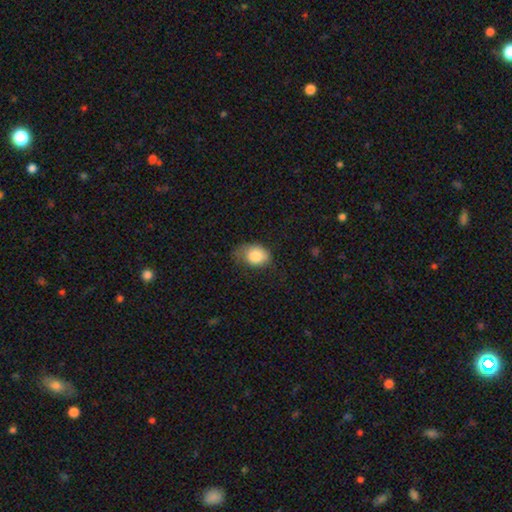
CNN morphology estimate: Smooth or featured: smooth — 83% (featured or disk — 9%)
How rounded: in between — 66% (round — 33%)
Merging: none — 42% (minor disturbance — 38%)